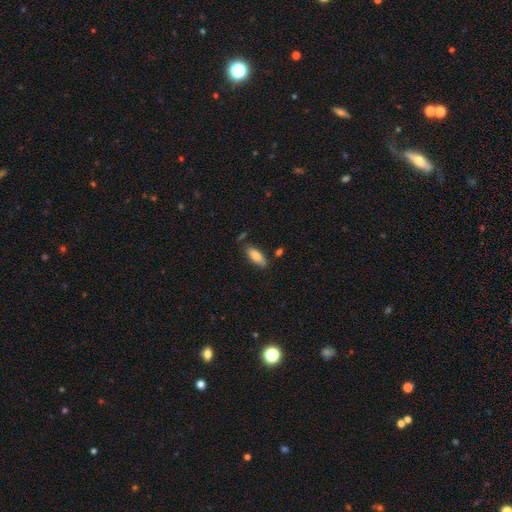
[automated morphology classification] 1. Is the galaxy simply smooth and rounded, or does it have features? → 81% smooth, 12% featured or disk, 6% star or artifact.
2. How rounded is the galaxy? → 72% in between, 26% cigar-shaped, 2% round.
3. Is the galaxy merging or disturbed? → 75% none, 17% minor disturbance, 5% merger, 3% major disturbance.